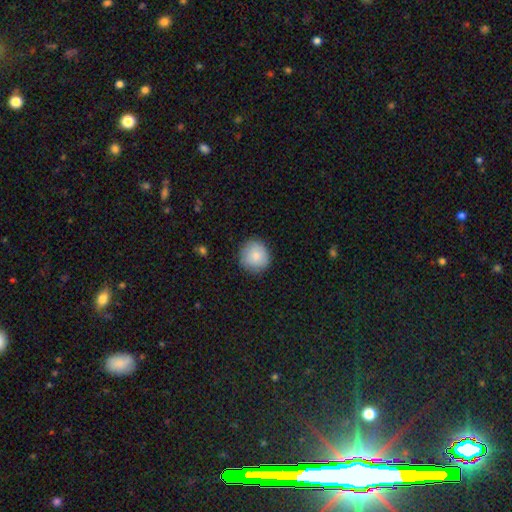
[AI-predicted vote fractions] Q: Smooth or featured?
A: smooth (84%); runner-up: featured or disk (9%)
Q: How rounded?
A: round (91%); runner-up: in between (8%)
Q: Merging?
A: none (85%); runner-up: minor disturbance (11%)